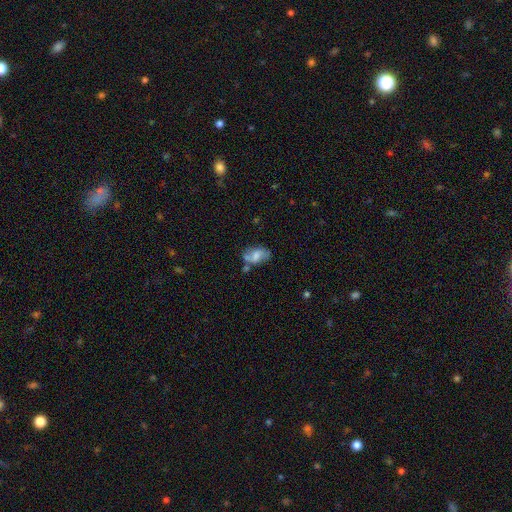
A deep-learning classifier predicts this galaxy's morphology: Smooth or featured? smooth (49%)
Merging? none (44%)